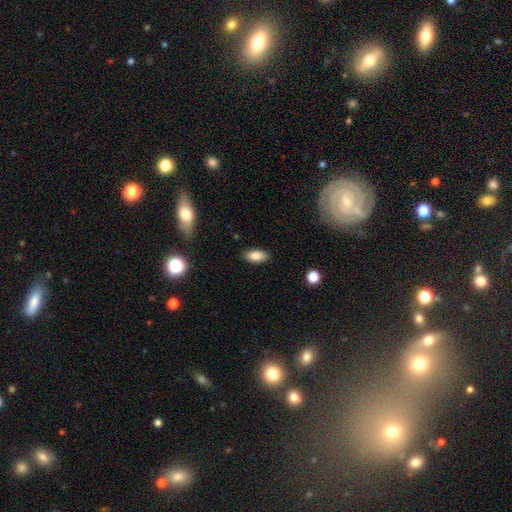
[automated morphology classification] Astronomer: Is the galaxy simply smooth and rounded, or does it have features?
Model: smooth — 83%.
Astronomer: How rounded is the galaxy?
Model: in between — 88%.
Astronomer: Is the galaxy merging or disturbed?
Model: none — 88%.